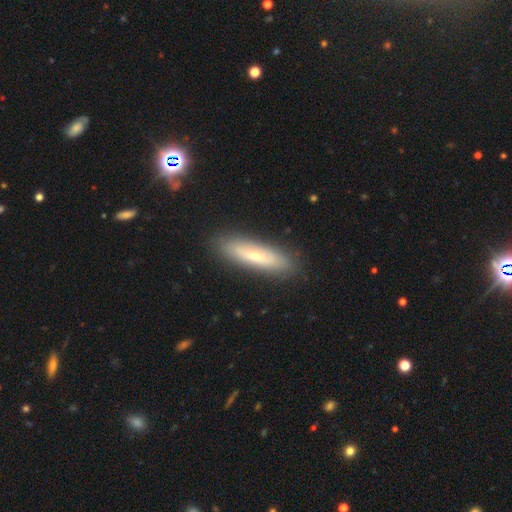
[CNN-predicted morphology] Smooth or featured? smooth (54%)
How rounded? cigar-shaped (66%)
Merging? none (86%)